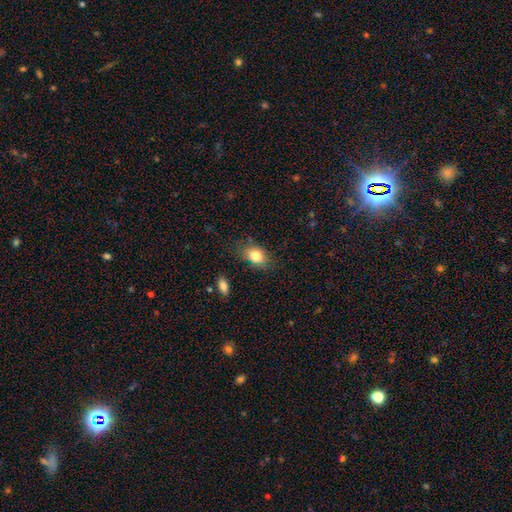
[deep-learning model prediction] A smooth galaxy with no disk features (81%) that is in between round and cigar-shaped (78%).

Vote fractions:
- Smooth or featured? smooth: 81% / featured or disk: 10% / star or artifact: 9%
- How rounded? in between: 78% / round: 20% / cigar-shaped: 2%
- Merging? none: 77% / minor disturbance: 17% / major disturbance: 4% / merger: 2%